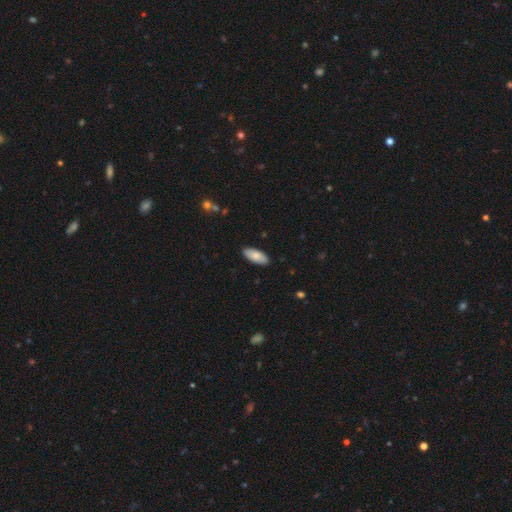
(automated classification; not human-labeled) smooth-or-featured: smooth: 81% | featured or disk: 13% | star or artifact: 6%
  how-rounded: in between: 87% | cigar-shaped: 11% | round: 2%
  merging: none: 88% | minor disturbance: 9% | major disturbance: 2% | merger: 1%